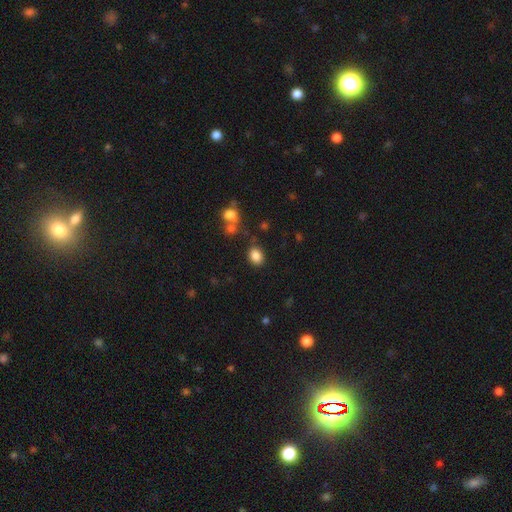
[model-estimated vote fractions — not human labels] Smooth or featured? Predicted: smooth (p=0.85). How rounded? Predicted: in between (p=0.66). Merging? Predicted: none (p=0.79).